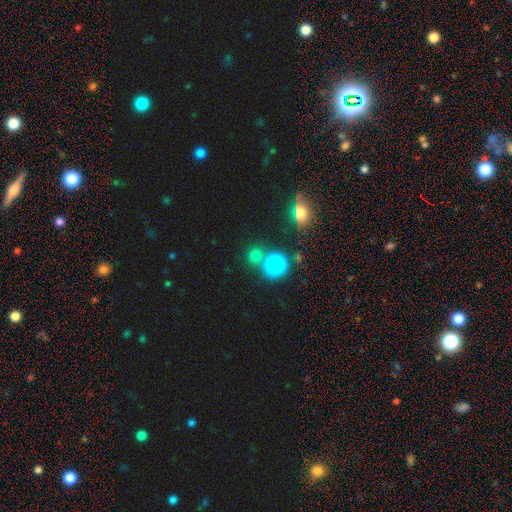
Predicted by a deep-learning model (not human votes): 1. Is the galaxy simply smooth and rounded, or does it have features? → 61% smooth, 33% star or artifact, 6% featured or disk.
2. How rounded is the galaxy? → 85% round, 13% in between, 1% cigar-shaped.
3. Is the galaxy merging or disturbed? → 78% none, 11% merger, 8% minor disturbance, 3% major disturbance.